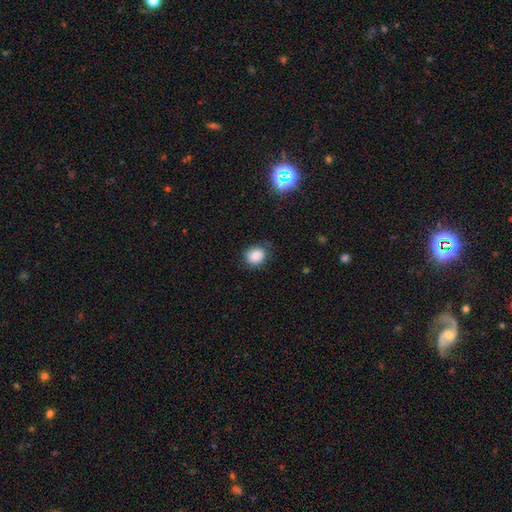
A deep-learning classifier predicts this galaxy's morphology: This appears to be a smooth galaxy with no disk features (83%) that is round (60%). Merging: none (73%).